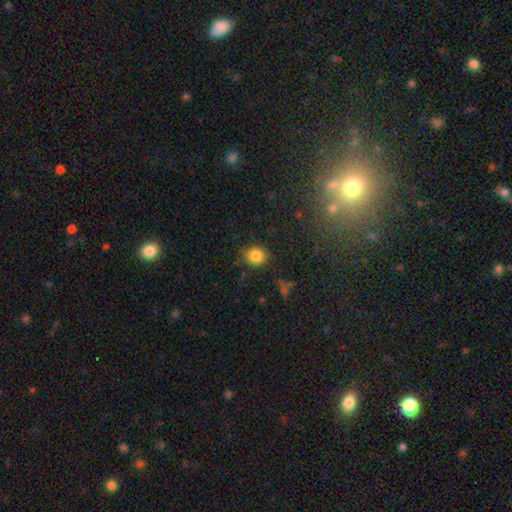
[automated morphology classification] Smooth or featured?
  - smooth: 84% *
  - star or artifact: 11%
  - featured or disk: 6%
How rounded?
  - round: 77% *
  - in between: 22%
  - cigar-shaped: 1%
Merging?
  - none: 80% *
  - minor disturbance: 14%
  - major disturbance: 4%
  - merger: 2%